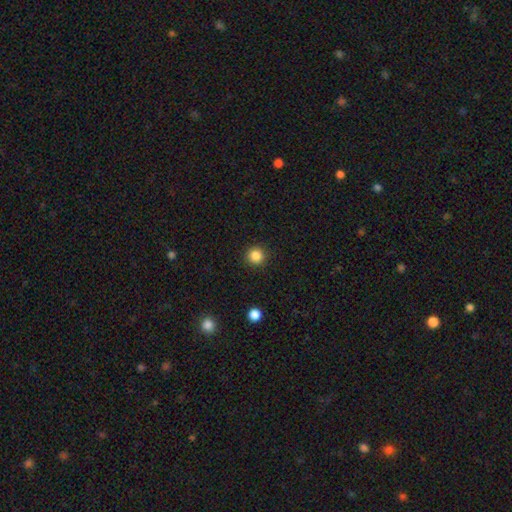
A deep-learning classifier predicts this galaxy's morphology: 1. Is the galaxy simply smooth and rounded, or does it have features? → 86% smooth, 11% star or artifact, 3% featured or disk.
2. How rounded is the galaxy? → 95% round, 4% in between, 1% cigar-shaped.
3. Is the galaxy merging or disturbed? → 91% none, 6% minor disturbance, 2% major disturbance, 1% merger.